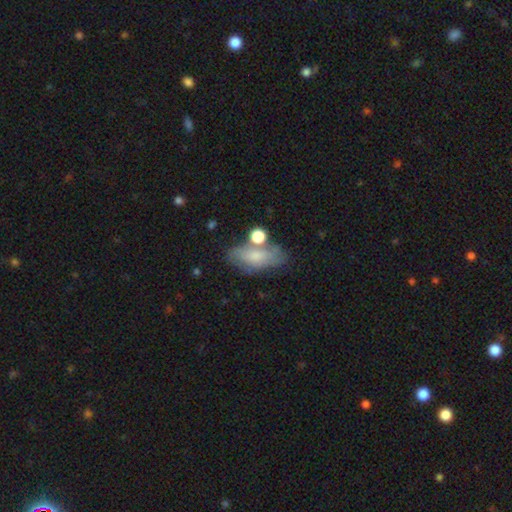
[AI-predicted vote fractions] This is likely a smooth galaxy (67%). How rounded: clearly in between (83%). Merging: possibly none (51%).